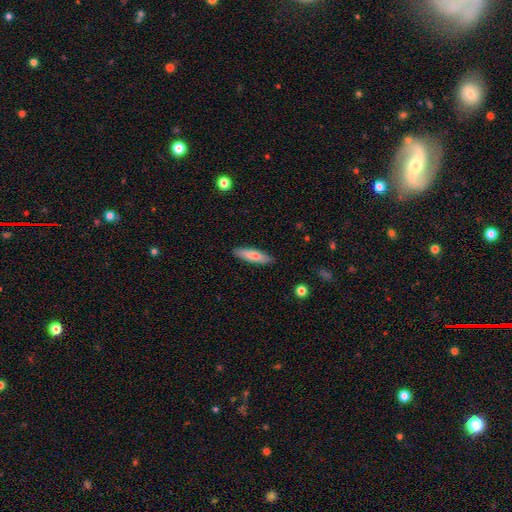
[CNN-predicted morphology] A smooth galaxy with no disk features (74%) that is cigar-shaped (66%).

Vote fractions:
- Smooth or featured? smooth: 74% / featured or disk: 20% / star or artifact: 6%
- How rounded? cigar-shaped: 66% / in between: 33% / round: 2%
- Merging? none: 88% / minor disturbance: 9% / major disturbance: 2% / merger: 1%